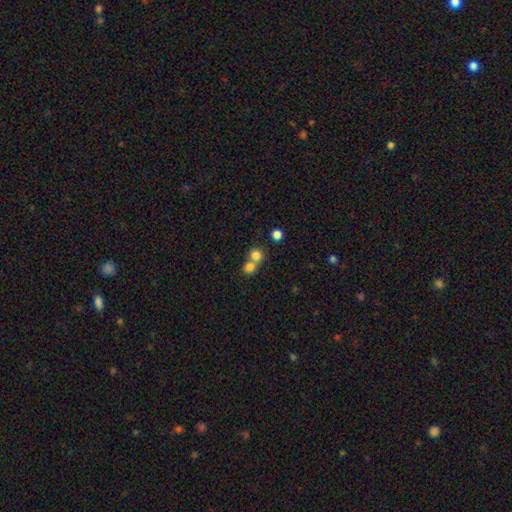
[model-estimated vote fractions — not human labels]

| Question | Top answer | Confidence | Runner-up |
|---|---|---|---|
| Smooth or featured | smooth | 80% | star or artifact (12%) |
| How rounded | round | 80% | in between (19%) |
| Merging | merger | 54% | none (39%) |